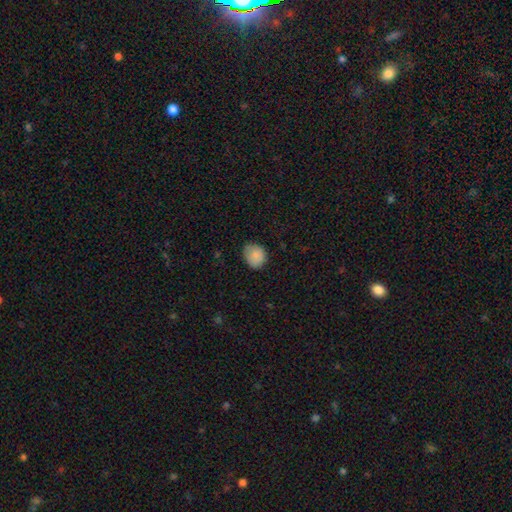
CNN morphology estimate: Q: Smooth or featured?
A: smooth (86%); runner-up: star or artifact (8%)
Q: How rounded?
A: round (63%); runner-up: in between (36%)
Q: Merging?
A: none (73%); runner-up: minor disturbance (22%)